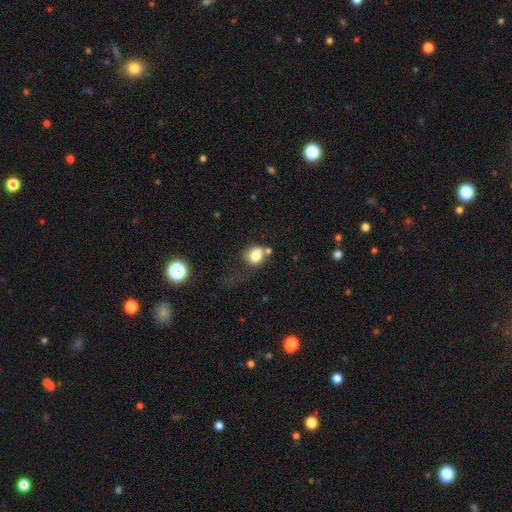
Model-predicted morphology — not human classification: Smooth or featured? Predicted: smooth (p=0.76). How rounded? Predicted: round (p=0.60). Merging? Predicted: none (p=0.38).